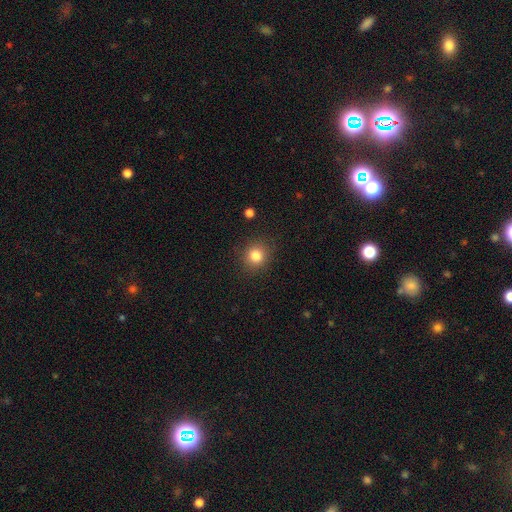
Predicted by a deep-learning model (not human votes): Smooth or featured? smooth (82%)
How rounded? round (87%)
Merging? none (89%)